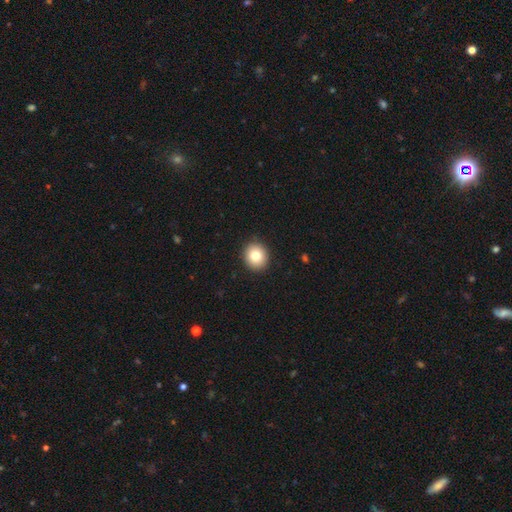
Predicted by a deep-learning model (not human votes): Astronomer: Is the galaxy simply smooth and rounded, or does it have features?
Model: smooth — 80%.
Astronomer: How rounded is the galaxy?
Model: round — 88%.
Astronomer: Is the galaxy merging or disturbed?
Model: none — 91%.